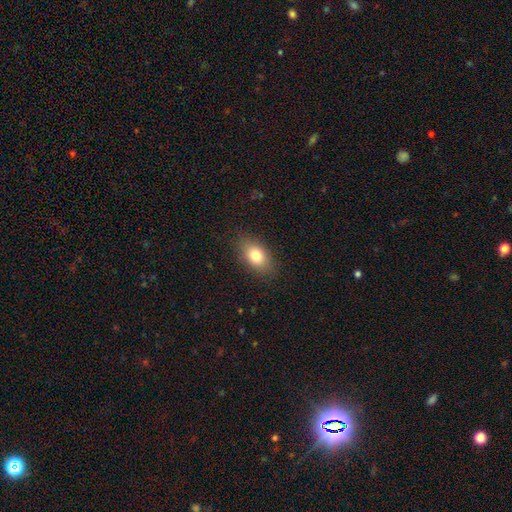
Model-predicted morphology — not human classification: smooth 79%, featured or disk 12%, star or artifact 9%. Down the decision tree: how rounded — in between (86%); merging — none (85%).